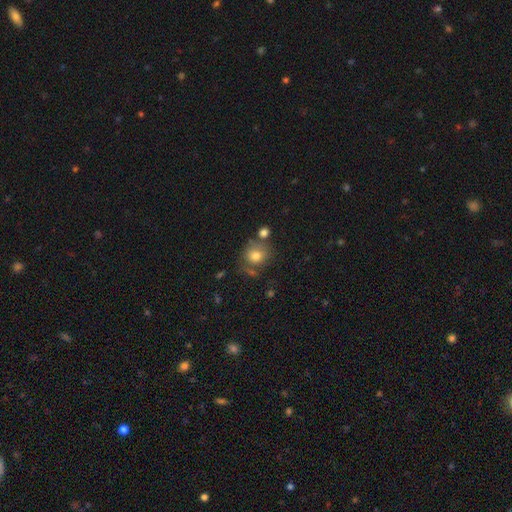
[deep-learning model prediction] Smooth or featured?
  - smooth: 77% *
  - featured or disk: 12%
  - star or artifact: 11%
How rounded?
  - round: 79% *
  - in between: 20%
  - cigar-shaped: 1%
Merging?
  - none: 60% *
  - minor disturbance: 17%
  - merger: 15%
  - major disturbance: 7%